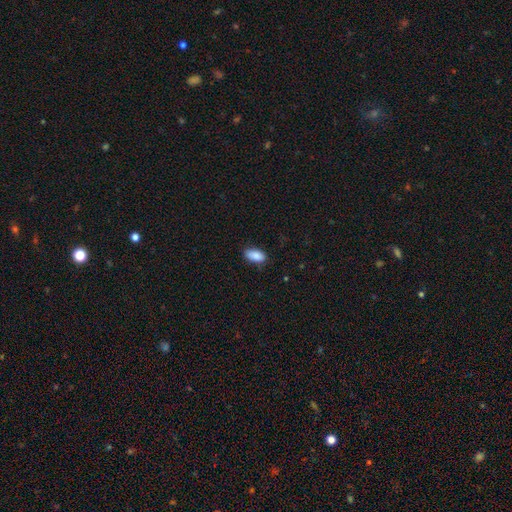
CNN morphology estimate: Smooth or featured: smooth — 89% (star or artifact — 7%)
How rounded: in between — 92% (cigar-shaped — 6%)
Merging: none — 82% (minor disturbance — 15%)